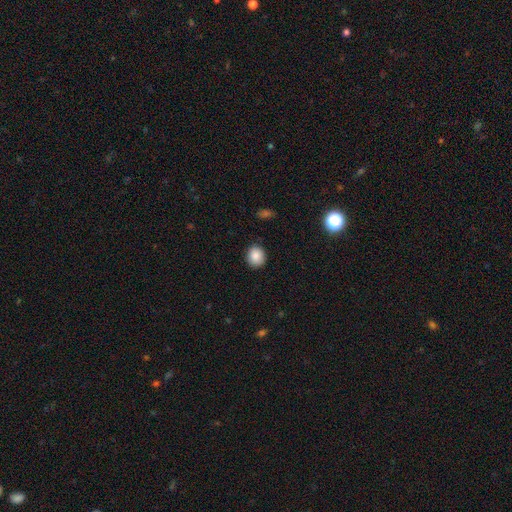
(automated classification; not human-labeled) smooth 87%, star or artifact 9%, featured or disk 4%. Down the decision tree: how rounded — round (75%); merging — none (87%).